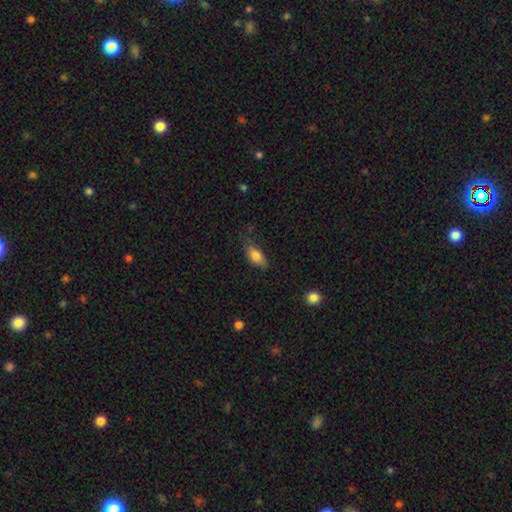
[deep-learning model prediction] Overall: smooth (80%). How rounded: in between (83%). Merging: none (61%; minor disturbance 29%).